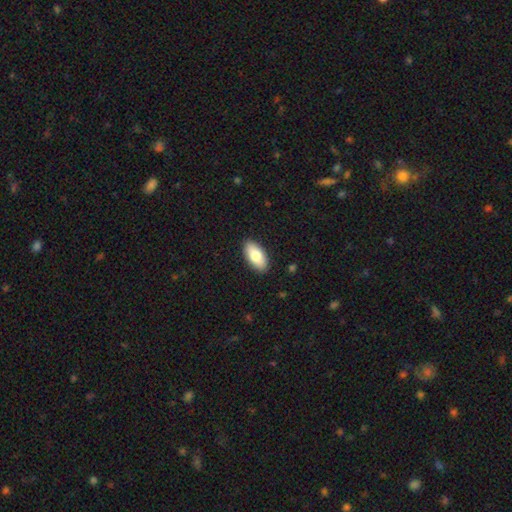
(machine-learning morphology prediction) Q: Smooth or featured?
A: smooth (79%); runner-up: featured or disk (15%)
Q: How rounded?
A: in between (92%); runner-up: cigar-shaped (5%)
Q: Merging?
A: none (89%); runner-up: minor disturbance (8%)